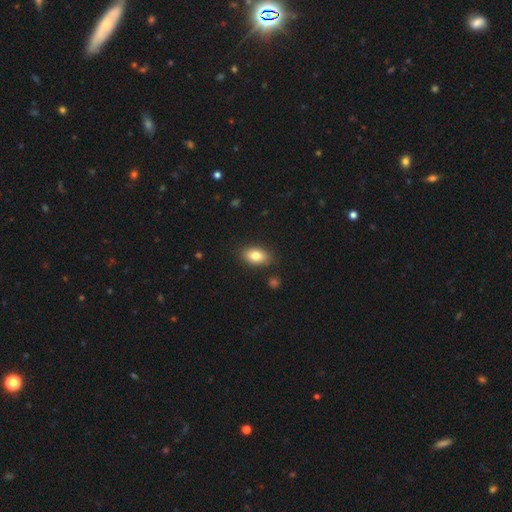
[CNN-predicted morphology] Smooth or featured? smooth (82%)
How rounded? in between (88%)
Merging? none (85%)